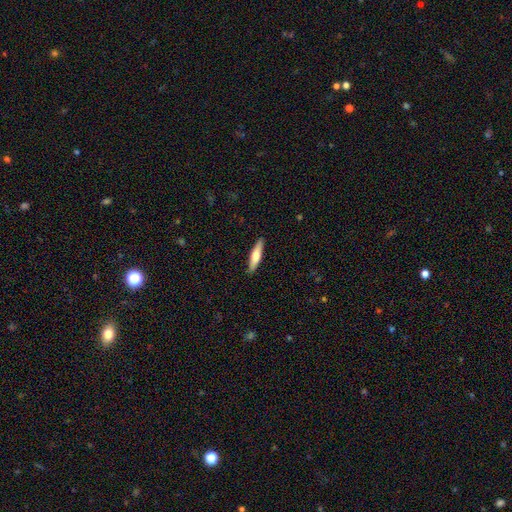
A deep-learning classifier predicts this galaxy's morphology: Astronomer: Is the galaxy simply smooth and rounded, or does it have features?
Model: smooth — 58% (runner-up: featured or disk, 37%).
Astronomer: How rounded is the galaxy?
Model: cigar-shaped — 79%.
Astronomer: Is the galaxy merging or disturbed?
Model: none — 90%.